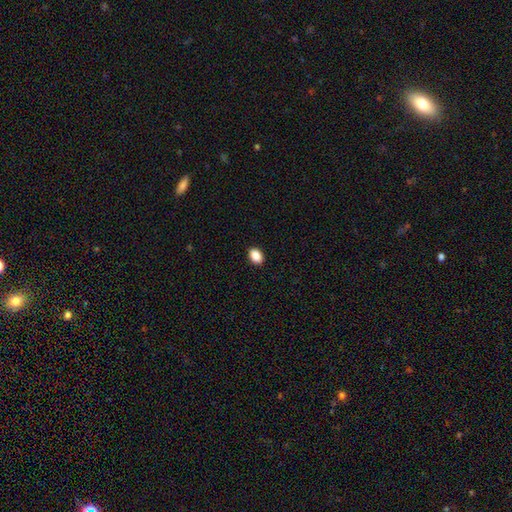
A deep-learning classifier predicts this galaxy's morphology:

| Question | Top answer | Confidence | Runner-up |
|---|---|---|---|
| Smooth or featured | smooth | 88% | star or artifact (8%) |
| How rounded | in between | 76% | round (23%) |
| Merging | none | 91% | minor disturbance (6%) |